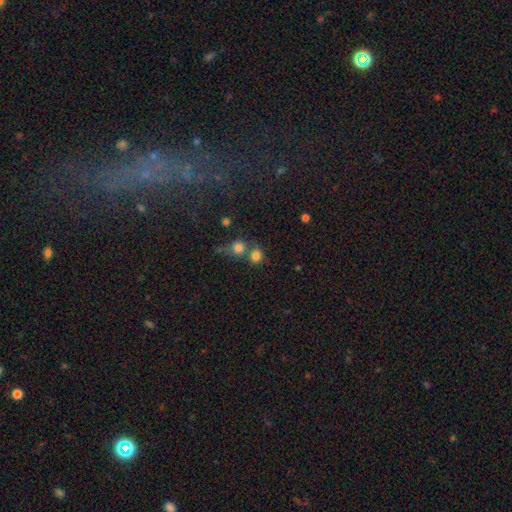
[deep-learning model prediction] Smooth or featured?
  - smooth: 80% *
  - star or artifact: 13%
  - featured or disk: 7%
How rounded?
  - round: 82% *
  - in between: 17%
  - cigar-shaped: 1%
Merging?
  - none: 54% *
  - merger: 33%
  - minor disturbance: 8%
  - major disturbance: 4%